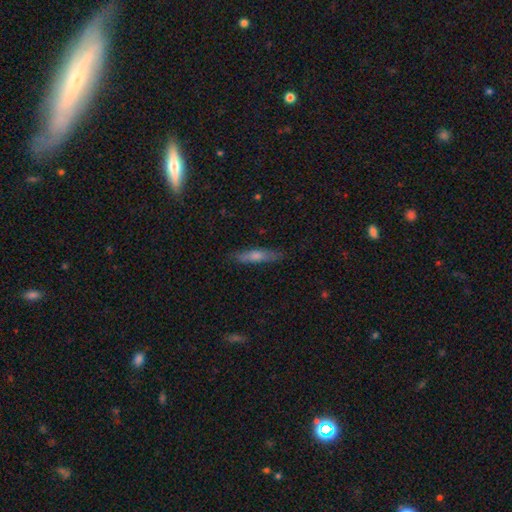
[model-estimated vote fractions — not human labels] Smooth or featured: smooth — 61% (featured or disk — 32%)
How rounded: cigar-shaped — 82% (in between — 16%)
Merging: none — 84% (minor disturbance — 12%)